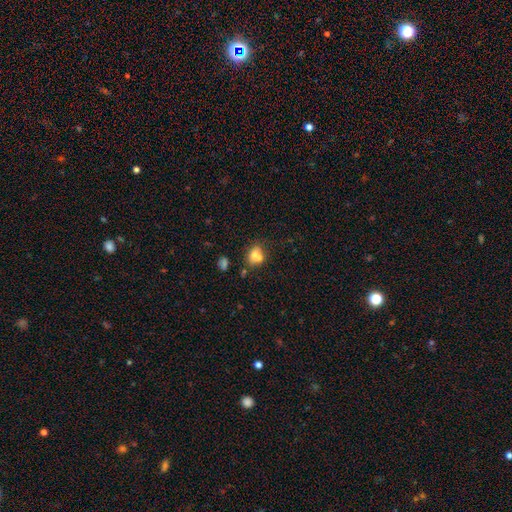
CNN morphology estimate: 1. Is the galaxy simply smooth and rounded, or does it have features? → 71% smooth, 18% featured or disk, 12% star or artifact.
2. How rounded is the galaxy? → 57% round, 41% in between, 1% cigar-shaped.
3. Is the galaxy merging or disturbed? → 42% none, 37% merger, 15% minor disturbance, 6% major disturbance.